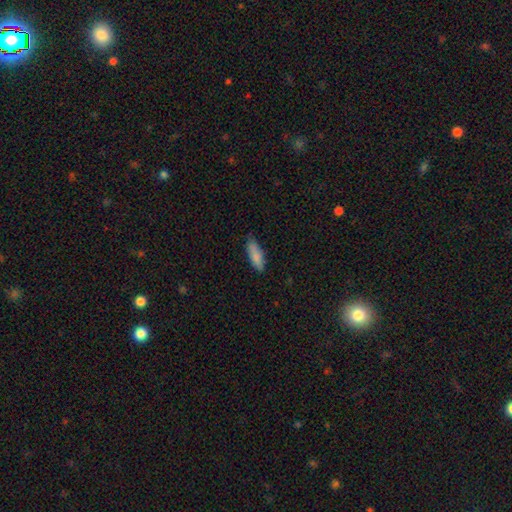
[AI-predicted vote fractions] This is clearly a smooth galaxy (85%). How rounded: likely in between (60%). Merging: likely none (79%).